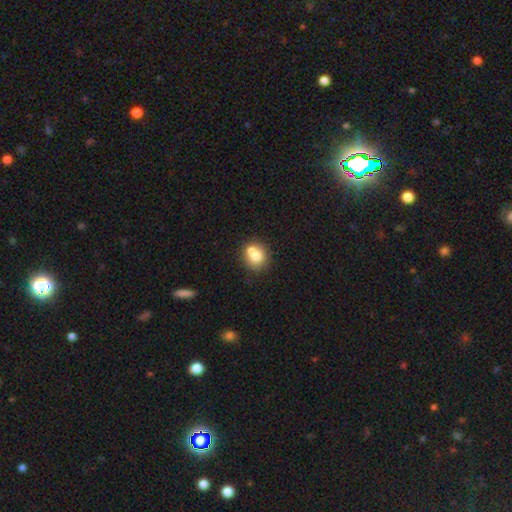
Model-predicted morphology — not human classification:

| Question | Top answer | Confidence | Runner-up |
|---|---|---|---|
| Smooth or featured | smooth | 71% | featured or disk (19%) |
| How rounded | round | 78% | in between (21%) |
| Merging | none | 48% | merger (39%) |